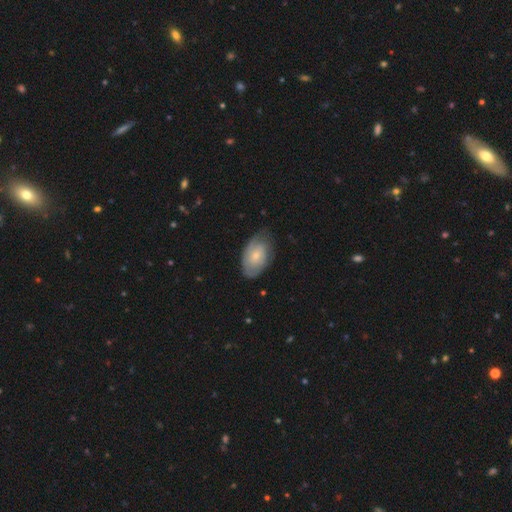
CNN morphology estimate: This appears to be a featured or disk galaxy (48%). Merging: none (62%).